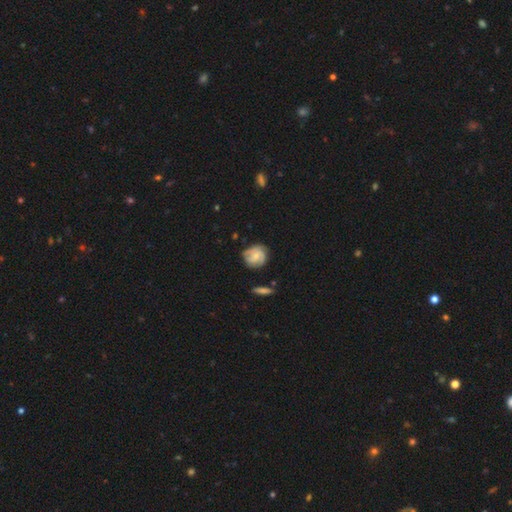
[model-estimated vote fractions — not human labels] featured or disk 60%, smooth 33%, star or artifact 7%. Down the decision tree: edge-on disk — no (97%); bar — no (69%); spiral arms — yes (86%); spiral arm count — 3 (34%); spiral winding — tight (56%); bulge size — small (54%); merging — none (66%).